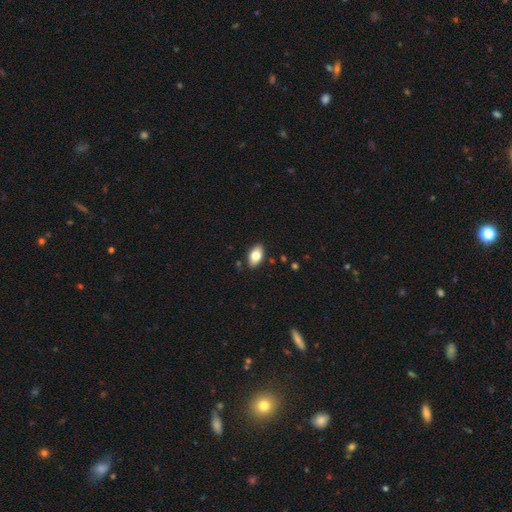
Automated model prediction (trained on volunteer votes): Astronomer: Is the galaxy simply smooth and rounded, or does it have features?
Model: smooth — 79%.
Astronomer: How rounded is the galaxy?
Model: in between — 92%.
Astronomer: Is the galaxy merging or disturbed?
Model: none — 86%.